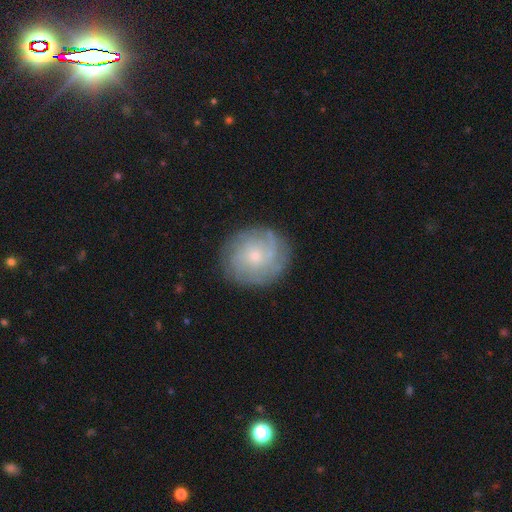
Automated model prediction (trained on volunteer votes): Overall: featured or disk (58%; smooth 34%). Edge-on disk: no (97%). Bar: no (79%). Spiral arms: yes (84%). Bulge size: small (65%; moderate 30%). Merging: none (82%).